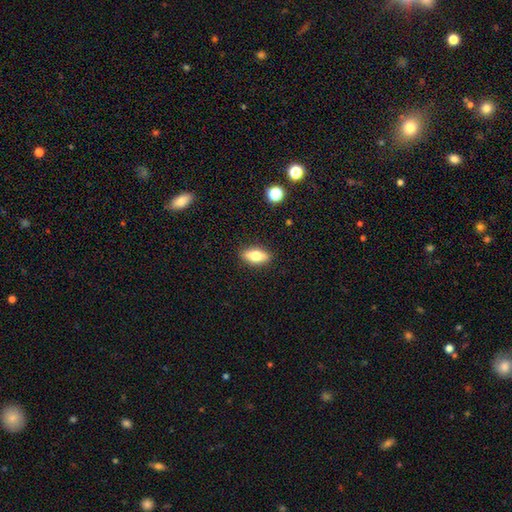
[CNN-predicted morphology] A smooth galaxy with no disk features (67%) that is in between round and cigar-shaped (75%).

Vote fractions:
- Smooth or featured? smooth: 67% / featured or disk: 25% / star or artifact: 8%
- How rounded? in between: 75% / cigar-shaped: 20% / round: 5%
- Merging? none: 89% / minor disturbance: 8% / major disturbance: 2% / merger: 1%